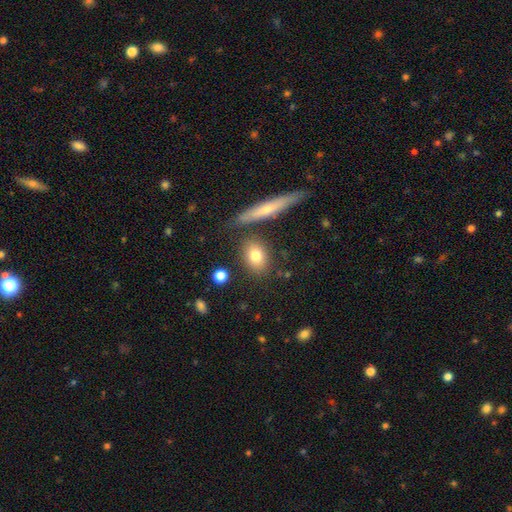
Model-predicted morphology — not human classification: smooth 78%, featured or disk 13%, star or artifact 9%. Down the decision tree: how rounded — in between (64%); merging — none (78%).